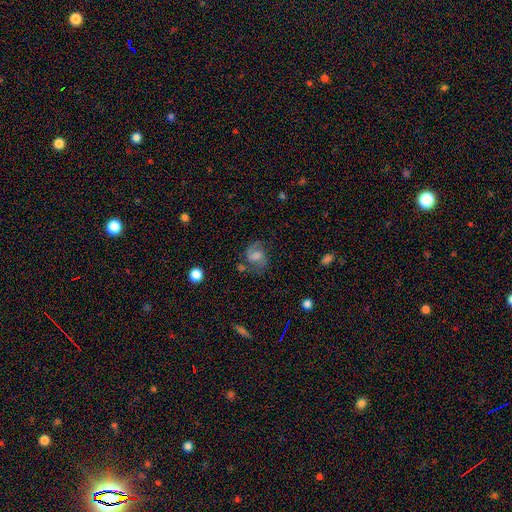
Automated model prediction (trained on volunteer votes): Smooth or featured?
  - featured or disk: 56% *
  - smooth: 34%
  - star or artifact: 10%
Edge-on disk?
  - no: 97% *
  - yes: 3%
Bar?
  - weak: 46% *
  - no: 41%
  - strong: 13%
Spiral arms?
  - yes: 87% *
  - no: 13%
Bulge size?
  - moderate: 33% *
  - large: 23%
  - small: 21%
  - none: 20%
  - dominant: 3%
Merging?
  - none: 60% *
  - minor disturbance: 21%
  - major disturbance: 13%
  - merger: 5%